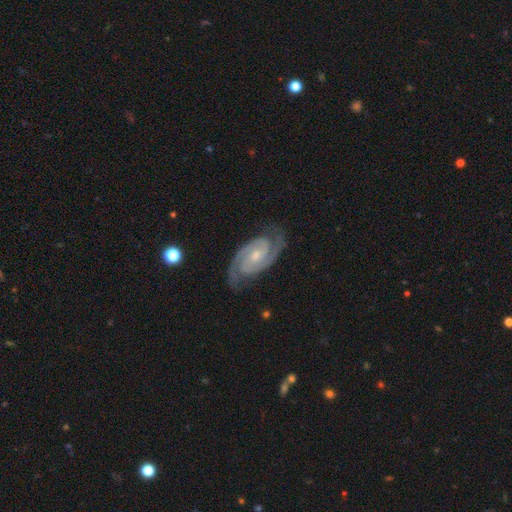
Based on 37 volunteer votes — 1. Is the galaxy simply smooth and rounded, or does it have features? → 95% featured or disk, 5% star or artifact, 0% smooth.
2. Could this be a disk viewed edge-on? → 100% no, 0% yes.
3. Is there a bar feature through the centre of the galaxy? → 57% no, 31% weak, 11% strong.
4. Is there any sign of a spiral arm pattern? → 97% yes, 3% no.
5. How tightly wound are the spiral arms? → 59% tight, 41% medium, 0% loose.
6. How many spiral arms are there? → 100% 2, 0% 1, 0% 3, 0% 4, 0% more than 4, 0% can't tell.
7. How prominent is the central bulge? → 49% moderate (tied), 49% small (tied), 3% none, 0% dominant, 0% large.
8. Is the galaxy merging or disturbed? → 91% none, 6% minor disturbance, 3% major disturbance, 0% merger.